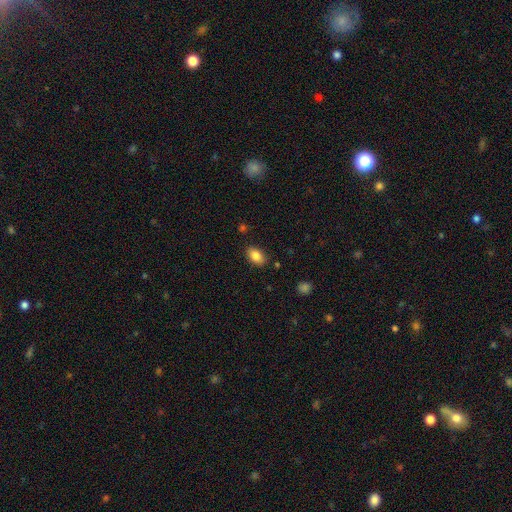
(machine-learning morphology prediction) A smooth galaxy with no disk features (85%) that is in between round and cigar-shaped (89%). Merging: none (85%).